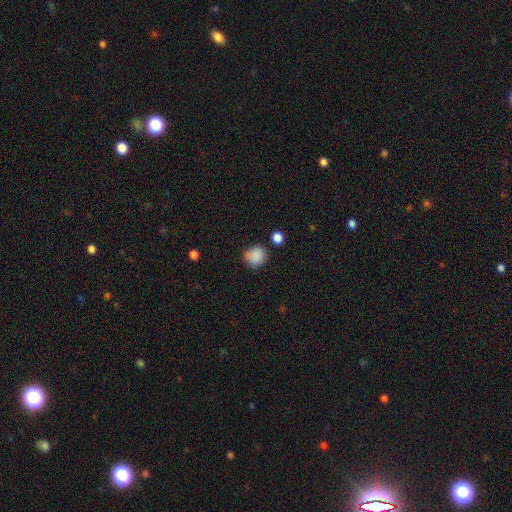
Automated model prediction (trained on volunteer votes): smooth_or_featured: smooth (p=0.87) [alt: star or artifact p=0.09]
how_rounded: round (p=0.84) [alt: in between p=0.15]
merging: none (p=0.72) [alt: minor disturbance p=0.19]